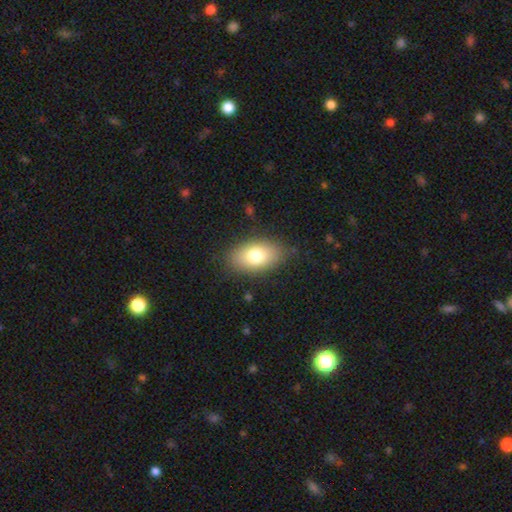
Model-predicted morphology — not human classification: This is likely a smooth galaxy (77%). How rounded: clearly in between (89%). Merging: clearly none (82%).